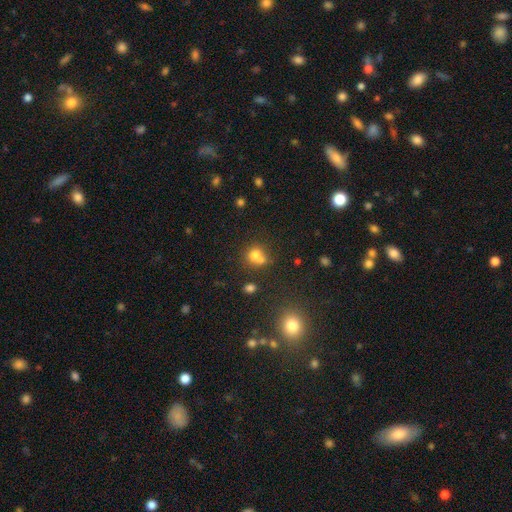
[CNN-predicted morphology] This is likely a smooth galaxy (73%). How rounded: likely round (79%). Merging: marginally merger (44%).